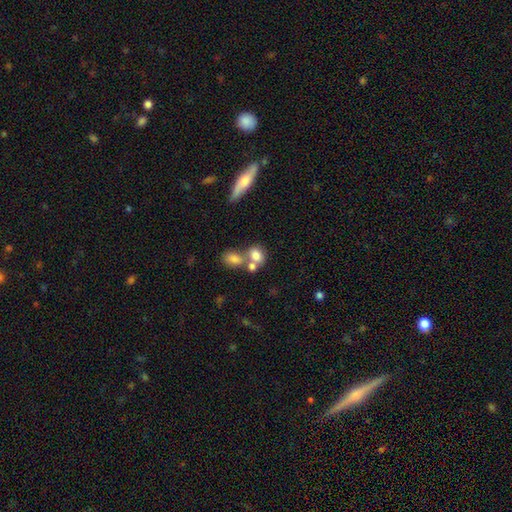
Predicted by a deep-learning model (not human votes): smooth_or_featured: smooth (p=0.76) [alt: featured or disk p=0.14]
how_rounded: in between (p=0.59) [alt: round p=0.39]
merging: merger (p=0.49) [alt: none p=0.35]